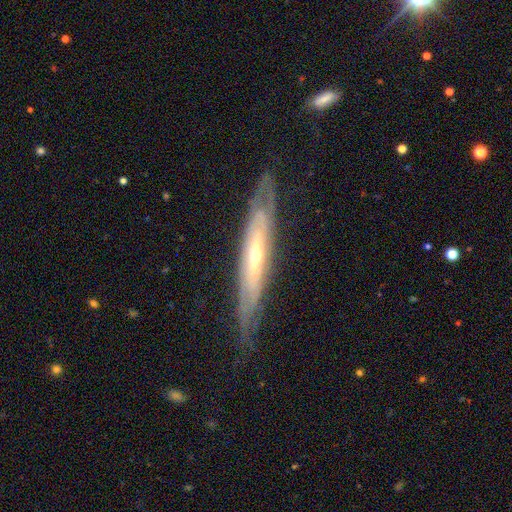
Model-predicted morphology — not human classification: smooth-or-featured: featured or disk: 80% | smooth: 14% | star or artifact: 6%
  disk-edge-on: yes: 61% | no: 39%
  merging: none: 75% | minor disturbance: 18% | major disturbance: 6% | merger: 1%